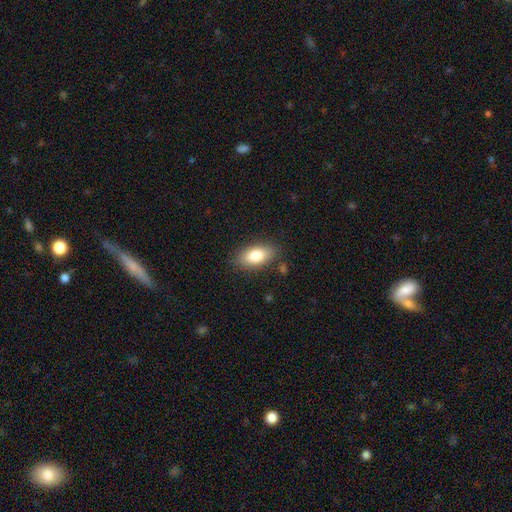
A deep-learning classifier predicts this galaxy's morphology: The model was most divided on "smooth or featured": smooth: 82%, featured or disk: 11%, star or artifact: 7%. More confident: how rounded — in between (89%); merging — none (83%).